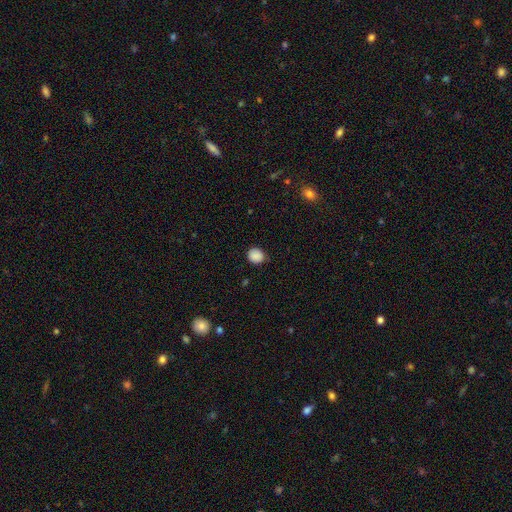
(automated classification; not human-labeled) This appears to be a smooth galaxy with no disk features (88%) that is round (79%). Merging: none (85%).